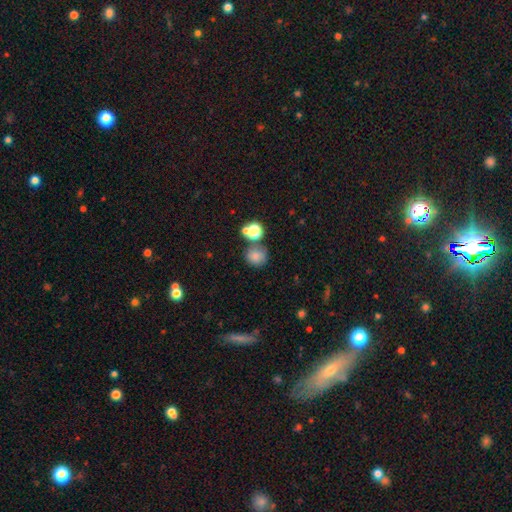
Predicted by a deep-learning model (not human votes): This is likely a smooth galaxy (79%). How rounded: clearly round (85%). Merging: likely none (66%).